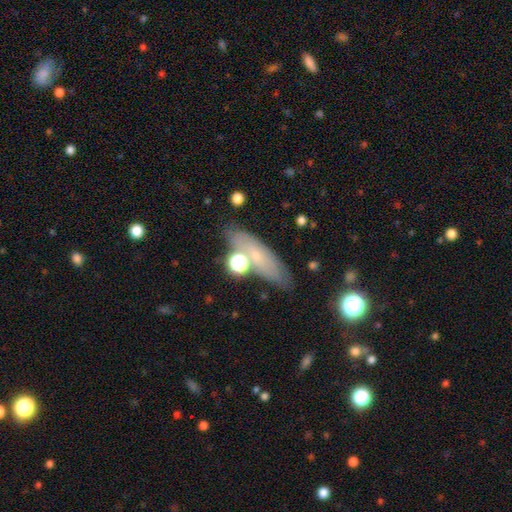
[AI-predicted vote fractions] A smooth galaxy with no disk features (58%) that is cigar-shaped (51%).

Vote fractions:
- Smooth or featured? smooth: 58% / featured or disk: 29% / star or artifact: 12%
- How rounded? cigar-shaped: 51% / in between: 42% / round: 7%
- Merging? none: 72% / minor disturbance: 14% / merger: 8% / major disturbance: 5%